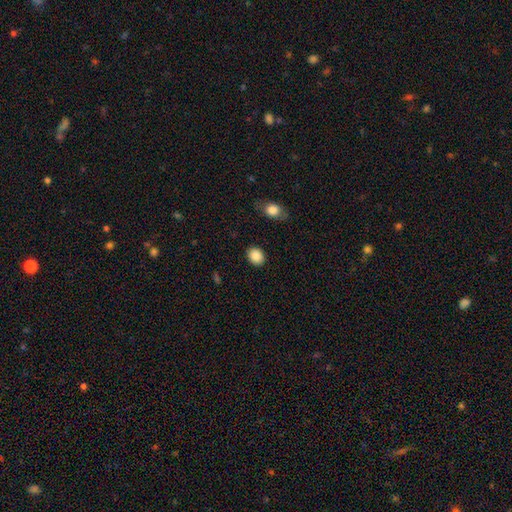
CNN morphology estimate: smooth 87%, star or artifact 8%, featured or disk 5%. Down the decision tree: how rounded — round (55%); merging — none (89%).